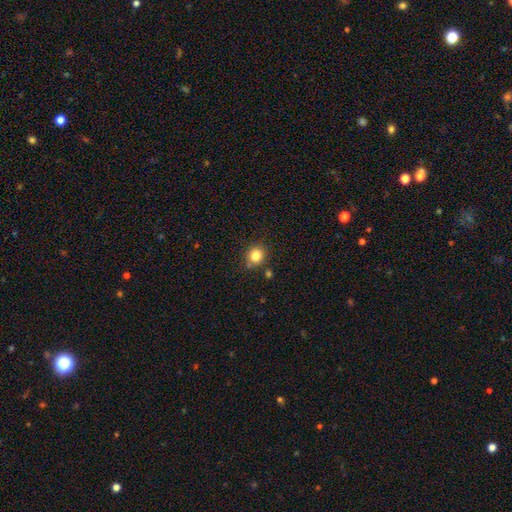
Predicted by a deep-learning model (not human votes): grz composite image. It shows a smooth galaxy with no disk features (83%) that is round (83%). Merging: none (81%).